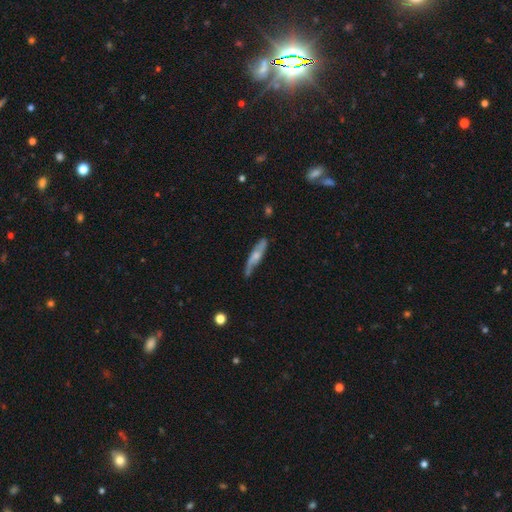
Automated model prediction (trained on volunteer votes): The model was most divided on "edge-on disk": yes: 55%, no: 45%. More confident: merging — none (65%); smooth or featured — featured or disk (56%).